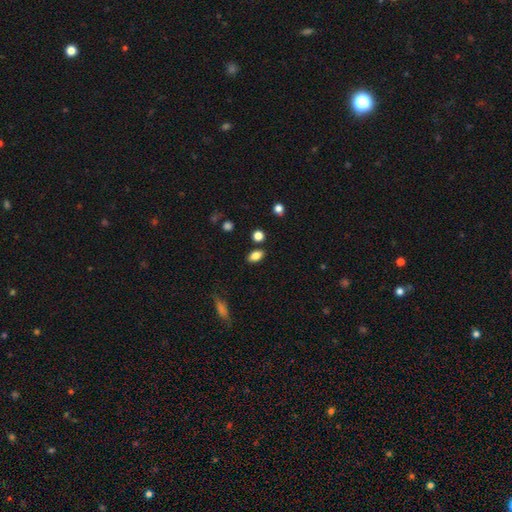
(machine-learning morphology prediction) Smooth or featured?
  - smooth: 83% *
  - star or artifact: 10%
  - featured or disk: 7%
How rounded?
  - in between: 86% *
  - round: 10%
  - cigar-shaped: 4%
Merging?
  - none: 84% *
  - minor disturbance: 10%
  - merger: 4%
  - major disturbance: 3%